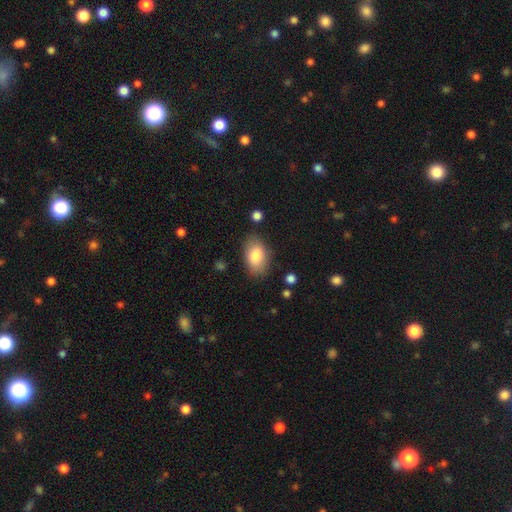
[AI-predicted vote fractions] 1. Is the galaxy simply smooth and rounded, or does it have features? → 83% smooth, 10% featured or disk, 7% star or artifact.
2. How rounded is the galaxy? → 91% in between, 8% round, 2% cigar-shaped.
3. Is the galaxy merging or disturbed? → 81% none, 14% minor disturbance, 4% major disturbance, 2% merger.